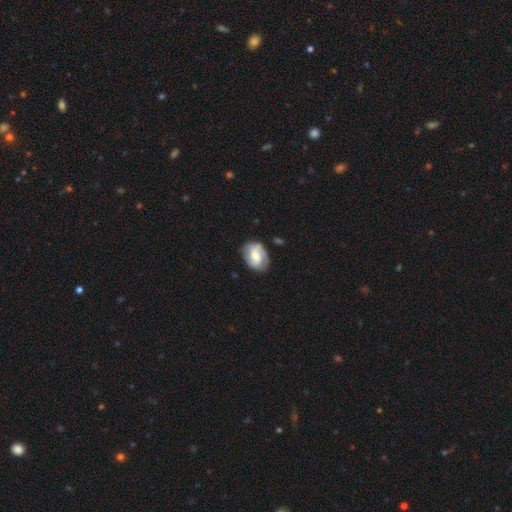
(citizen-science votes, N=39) Smooth or featured? 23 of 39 (59%) said featured or disk. Edge-on disk? 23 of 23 (100%) said no. Bar? 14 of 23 (61%) said weak. Spiral arms? 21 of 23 (91%) said yes. Spiral winding? 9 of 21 (43%) said medium. Spiral arm count? 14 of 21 (67%) said 2. Bulge size? 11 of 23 (48%) said moderate. Merging? 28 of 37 (76%) said none.